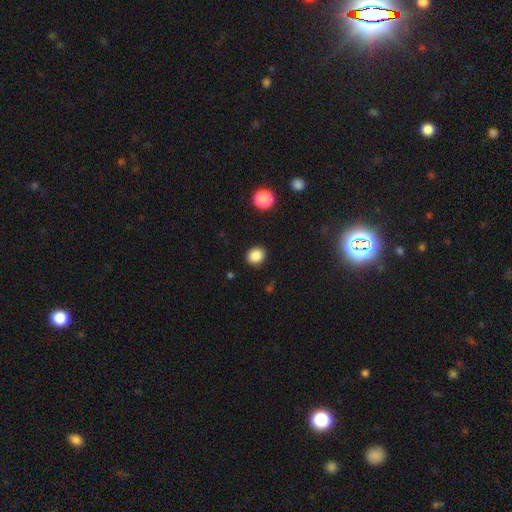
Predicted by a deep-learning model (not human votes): Overall: smooth (86%). How rounded: round (76%). Merging: none (90%).